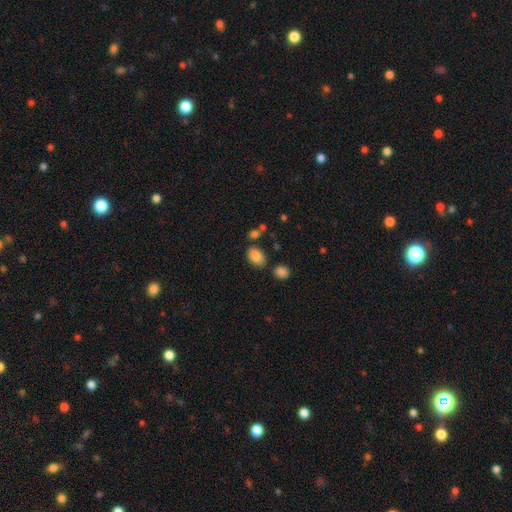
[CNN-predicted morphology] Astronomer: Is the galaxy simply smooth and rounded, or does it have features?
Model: smooth — 86%.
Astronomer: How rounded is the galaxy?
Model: in between — 87%.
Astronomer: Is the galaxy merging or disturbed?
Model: none — 69%.